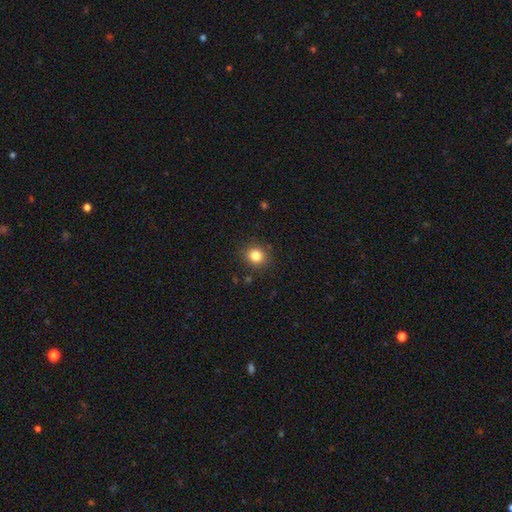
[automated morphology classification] A smooth galaxy with no disk features (83%) that is round (82%). Merging: none (88%).